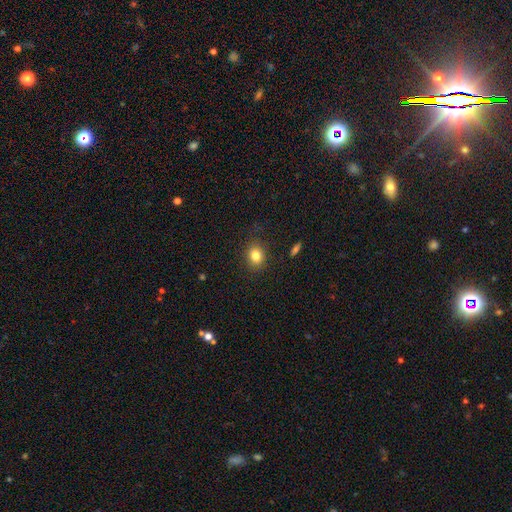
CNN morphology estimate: A smooth galaxy with no disk features (82%) that is round (55%).

Vote fractions:
- Smooth or featured? smooth: 82% / star or artifact: 11% / featured or disk: 7%
- How rounded? round: 55% / in between: 44% / cigar-shaped: 1%
- Merging? none: 87% / minor disturbance: 9% / major disturbance: 3% / merger: 1%